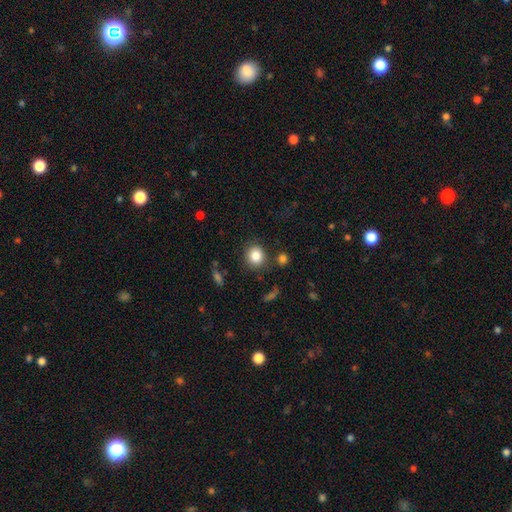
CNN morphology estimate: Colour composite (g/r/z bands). It shows a smooth galaxy with no disk features (84%) that is round (82%). Merging: none (83%).